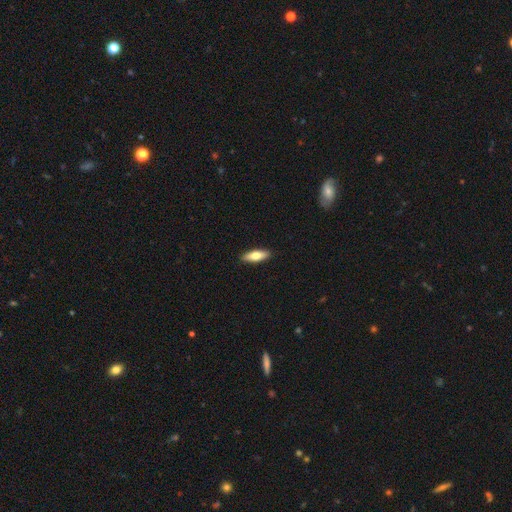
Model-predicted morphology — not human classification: The model was most divided on "how rounded": in between: 59%, cigar-shaped: 38%, round: 2%. More confident: merging — none (91%); smooth or featured — smooth (70%).